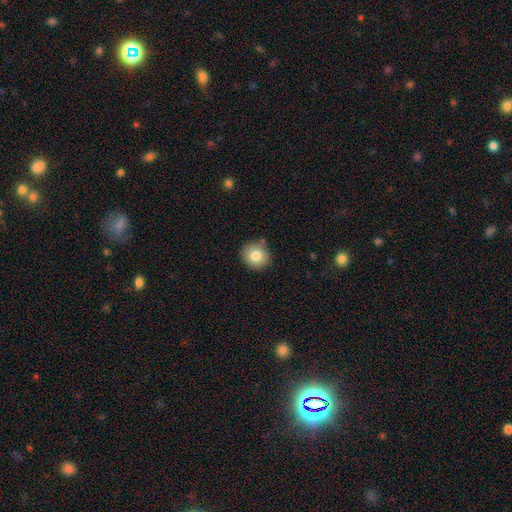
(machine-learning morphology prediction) type=smooth (82%); roundness=round (85%); merging=none (85%).